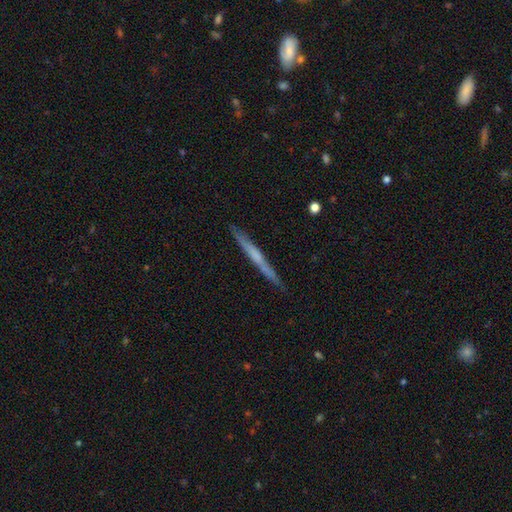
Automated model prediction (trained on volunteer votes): Overall: featured or disk (57%; smooth 37%). Edge-on disk: yes (97%). Edge-on bulge: none (68%). Merging: none (89%).